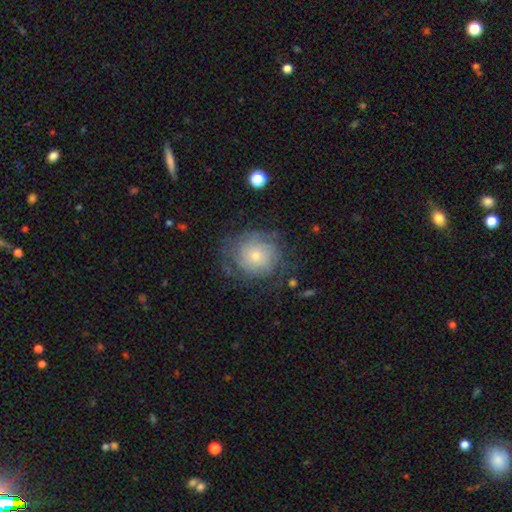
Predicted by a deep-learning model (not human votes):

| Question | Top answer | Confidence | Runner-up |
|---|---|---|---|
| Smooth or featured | featured or disk | 59% | smooth (33%) |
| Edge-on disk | no | 97% | yes (3%) |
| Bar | no | 82% | weak (15%) |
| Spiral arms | yes | 81% | no (19%) |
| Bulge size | small | 56% | moderate (37%) |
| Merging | none | 66% | minor disturbance (19%) |